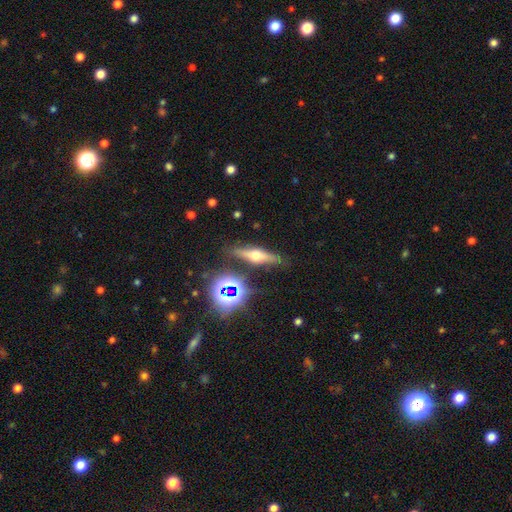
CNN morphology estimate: Overall: featured or disk (56%; smooth 29%). Edge-on disk: yes (91%). Edge-on bulge: rounded (93%). Merging: none (83%).